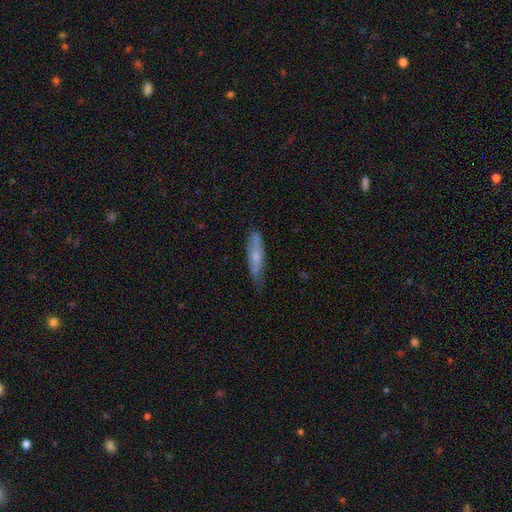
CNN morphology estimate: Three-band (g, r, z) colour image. It shows a smooth galaxy with no disk features (58%) that is cigar-shaped (78%). Merging: none (69%).